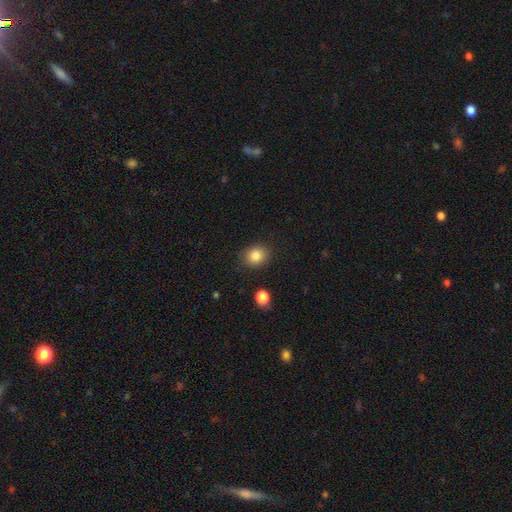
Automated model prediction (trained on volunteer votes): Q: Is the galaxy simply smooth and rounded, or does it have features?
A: smooth — 85%.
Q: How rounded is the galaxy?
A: round — 61%.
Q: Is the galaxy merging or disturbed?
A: none — 86%.